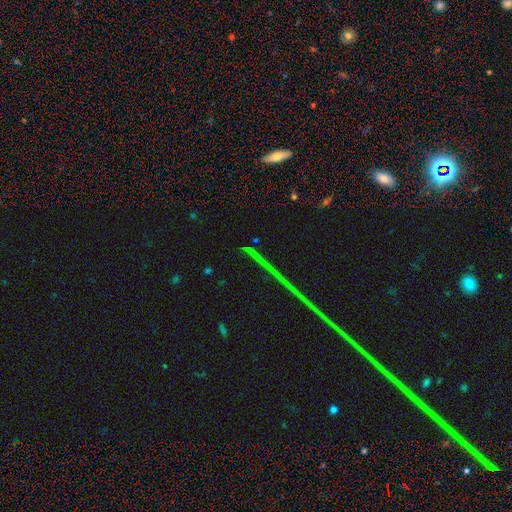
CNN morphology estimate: The model was most divided on "smooth or featured": star or artifact: 70%, featured or disk: 16%, smooth: 13%.